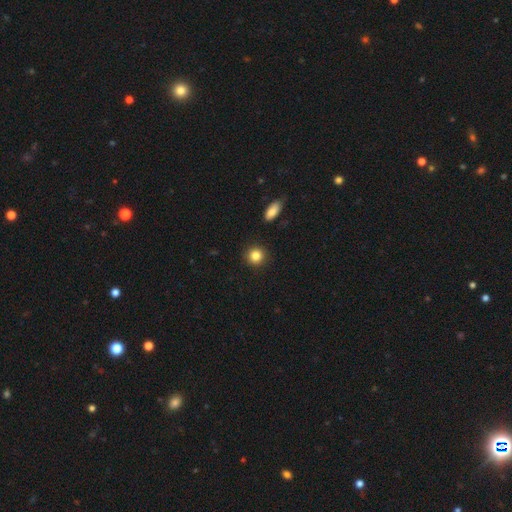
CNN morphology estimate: The model was most divided on "smooth or featured": smooth: 85%, star or artifact: 10%, featured or disk: 5%. More confident: merging — none (91%); how rounded — round (90%).